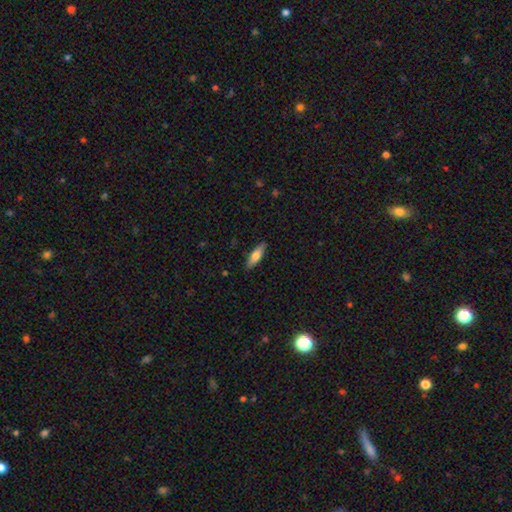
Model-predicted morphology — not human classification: smooth-or-featured: smooth: 68% | featured or disk: 26% | star or artifact: 6%
  how-rounded: cigar-shaped: 55% | in between: 43% | round: 2%
  merging: none: 88% | minor disturbance: 9% | major disturbance: 2% | merger: 1%